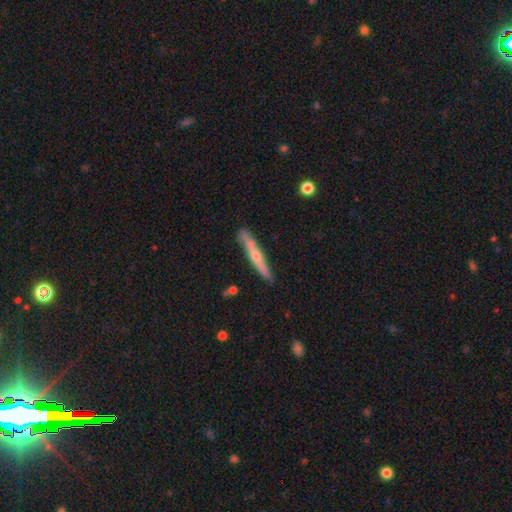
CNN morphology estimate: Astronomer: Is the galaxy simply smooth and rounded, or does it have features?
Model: featured or disk — 58% (runner-up: smooth, 36%).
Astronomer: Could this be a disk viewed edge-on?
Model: yes — 94%.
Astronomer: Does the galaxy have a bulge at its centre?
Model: rounded — 76%.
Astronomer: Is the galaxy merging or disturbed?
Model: none — 85%.